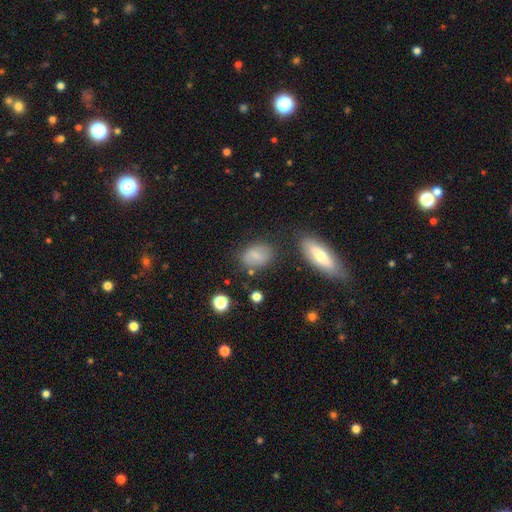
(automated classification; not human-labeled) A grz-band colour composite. It shows a smooth galaxy with no disk features (75%) that is in between round and cigar-shaped (78%). Merging: none (72%).